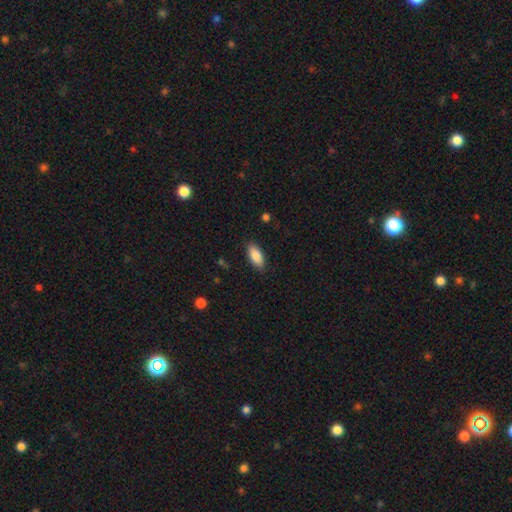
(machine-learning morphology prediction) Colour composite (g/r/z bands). It shows a smooth galaxy with no disk features (86%) that is in between round and cigar-shaped (87%). Merging: none (87%).